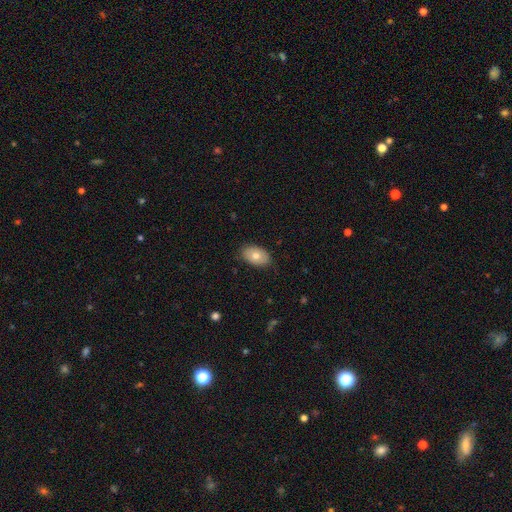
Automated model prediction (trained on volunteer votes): Q: Smooth or featured?
A: smooth (75%); runner-up: featured or disk (18%)
Q: How rounded?
A: in between (92%); runner-up: round (7%)
Q: Merging?
A: none (85%); runner-up: minor disturbance (12%)